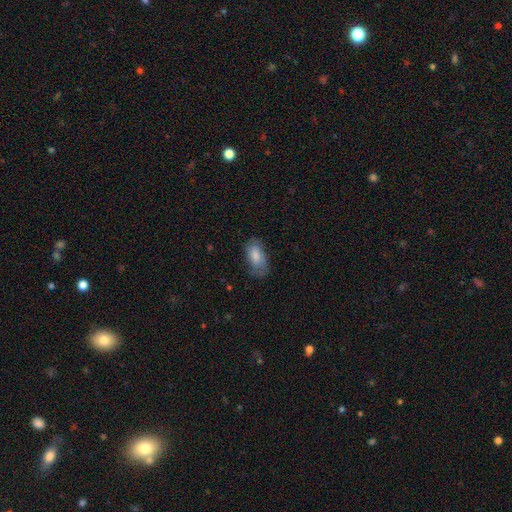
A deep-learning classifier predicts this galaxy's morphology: A smooth galaxy with no disk features (72%) that is in between round and cigar-shaped (92%). Merging: none (61%).